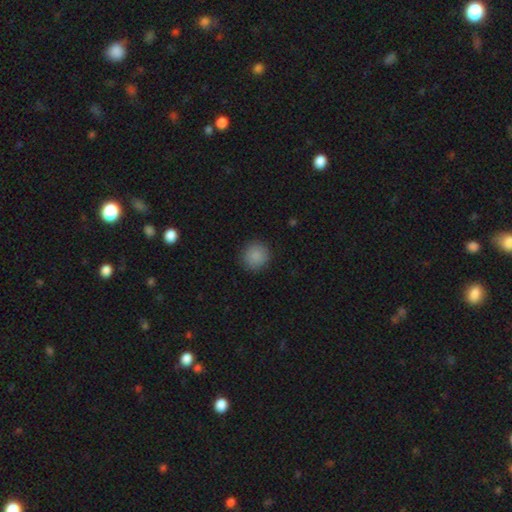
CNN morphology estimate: smooth-or-featured: smooth: 88% | star or artifact: 9% | featured or disk: 3%
  how-rounded: round: 92% | in between: 7% | cigar-shaped: 1%
  merging: none: 90% | minor disturbance: 7% | major disturbance: 2% | merger: 1%